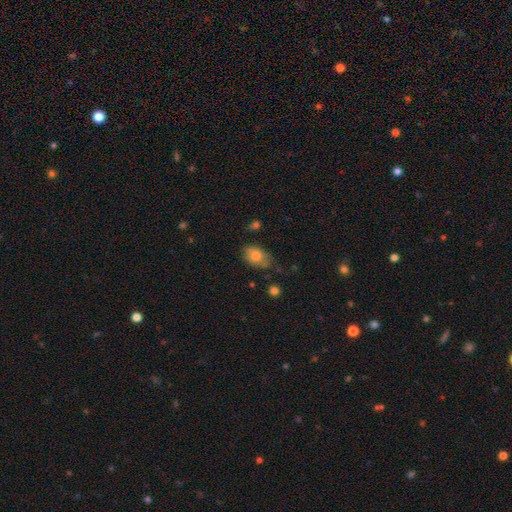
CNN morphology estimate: A smooth galaxy with no disk features (80%) that is in between round and cigar-shaped (84%).

Vote fractions:
- Smooth or featured? smooth: 80% / featured or disk: 12% / star or artifact: 8%
- How rounded? in between: 84% / round: 14% / cigar-shaped: 2%
- Merging? none: 54% / minor disturbance: 33% / major disturbance: 10% / merger: 3%